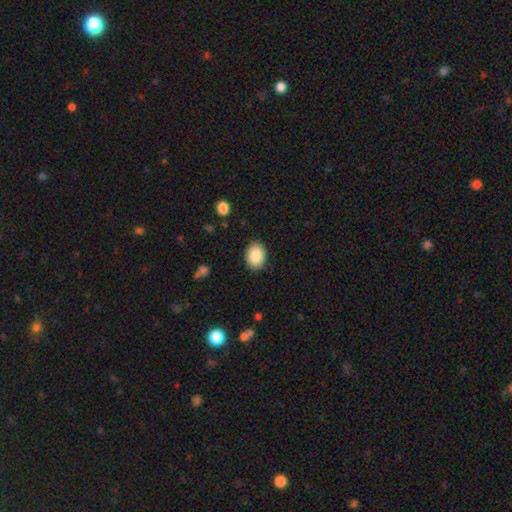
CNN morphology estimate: This is clearly a smooth galaxy (88%). How rounded: likely in between (73%). Merging: clearly none (88%).